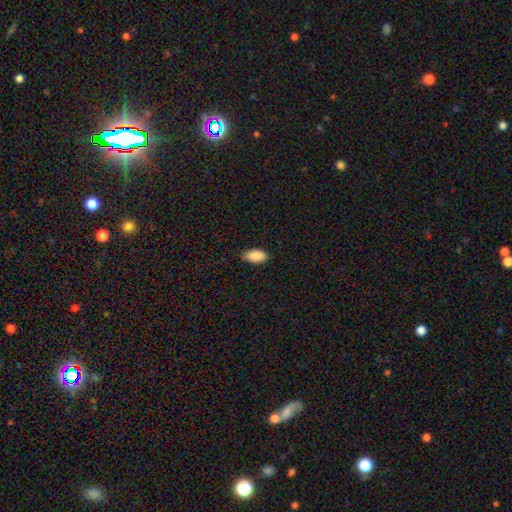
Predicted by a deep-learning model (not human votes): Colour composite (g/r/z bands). It shows a smooth galaxy with no disk features (89%) that is in between round and cigar-shaped (94%). Merging: none (81%).